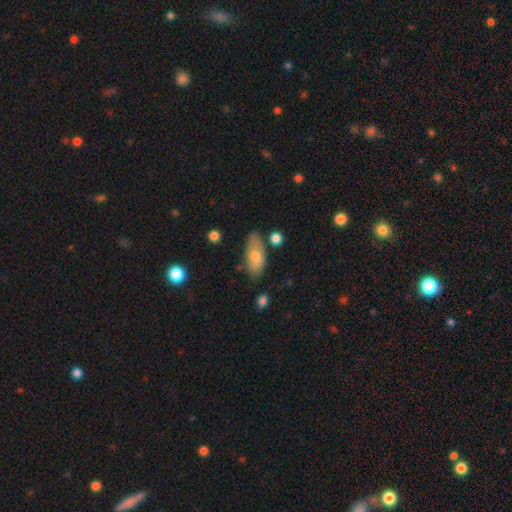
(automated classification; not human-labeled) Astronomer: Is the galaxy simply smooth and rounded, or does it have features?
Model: smooth — 73%.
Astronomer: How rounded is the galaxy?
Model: in between — 86%.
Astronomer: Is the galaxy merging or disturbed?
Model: none — 70%.